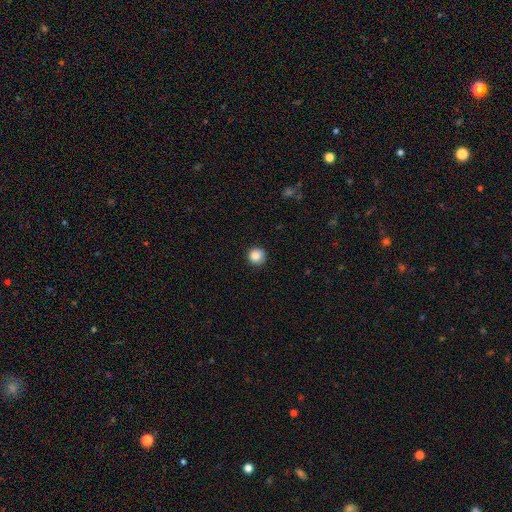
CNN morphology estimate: type=smooth (87%); roundness=round (96%); merging=none (91%).